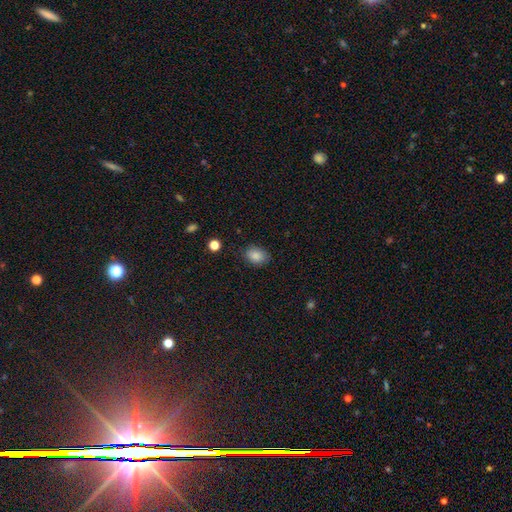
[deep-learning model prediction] This appears to be a smooth galaxy with no disk features (86%) that is in between round and cigar-shaped (70%). Merging: none (81%).